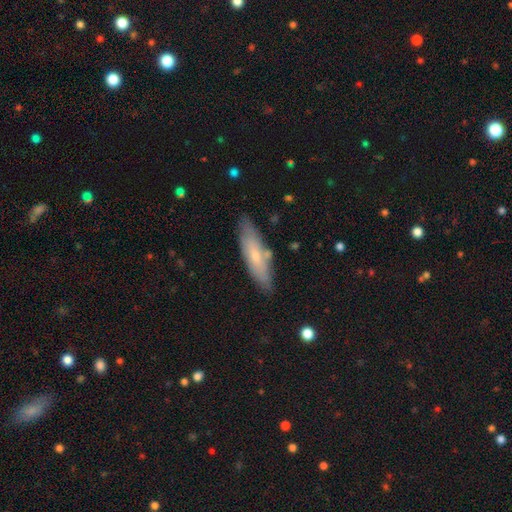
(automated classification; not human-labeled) A smooth galaxy with no disk features (55%) that is cigar-shaped (60%).

Vote fractions:
- Smooth or featured? smooth: 55% / featured or disk: 39% / star or artifact: 6%
- How rounded? cigar-shaped: 60% / in between: 38% / round: 2%
- Merging? none: 79% / minor disturbance: 15% / merger: 4% / major disturbance: 3%